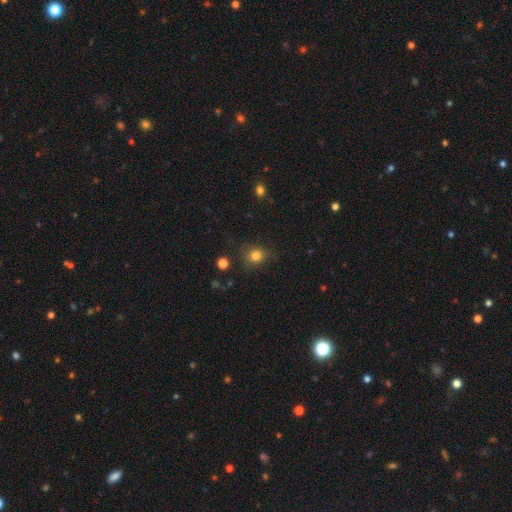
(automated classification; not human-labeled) The model was most divided on "how rounded": round: 75%, in between: 24%, cigar-shaped: 1%. More confident: smooth or featured — smooth (81%); merging — none (79%).